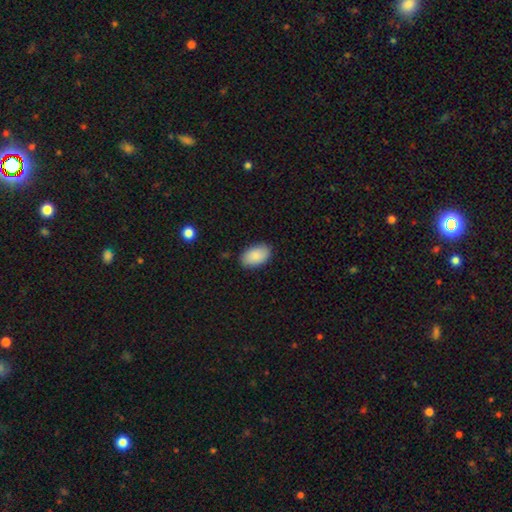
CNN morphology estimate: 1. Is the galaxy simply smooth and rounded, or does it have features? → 87% smooth, 7% featured or disk, 6% star or artifact.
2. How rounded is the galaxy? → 93% in between, 5% round, 1% cigar-shaped.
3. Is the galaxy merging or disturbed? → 85% none, 12% minor disturbance, 2% major disturbance, 1% merger.